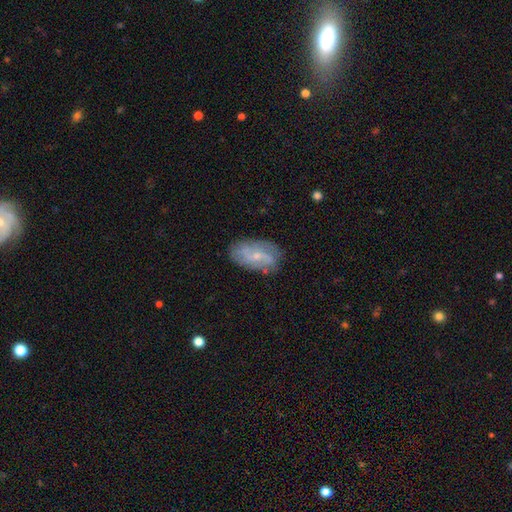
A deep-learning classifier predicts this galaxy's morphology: A featured or disk galaxy (64%) with no bar (48%), spiral arms (81%) and a small central bulge (67%). Merging: none (73%).